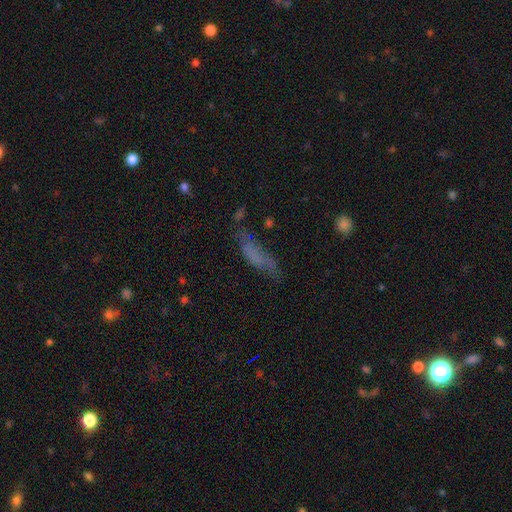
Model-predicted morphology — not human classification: Q: Smooth or featured?
A: smooth (57%); runner-up: featured or disk (30%)
Q: How rounded?
A: cigar-shaped (54%); runner-up: in between (43%)
Q: Merging?
A: none (48%); runner-up: minor disturbance (27%)